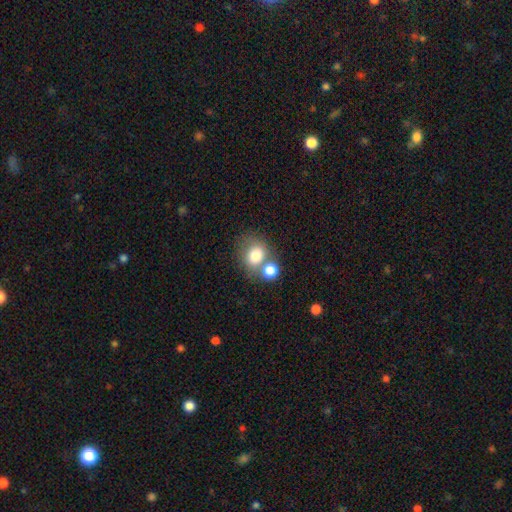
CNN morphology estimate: smooth_or_featured: smooth (p=0.77) [alt: featured or disk p=0.13]
how_rounded: round (p=0.66) [alt: in between p=0.33]
merging: none (p=0.44) [alt: merger p=0.40]